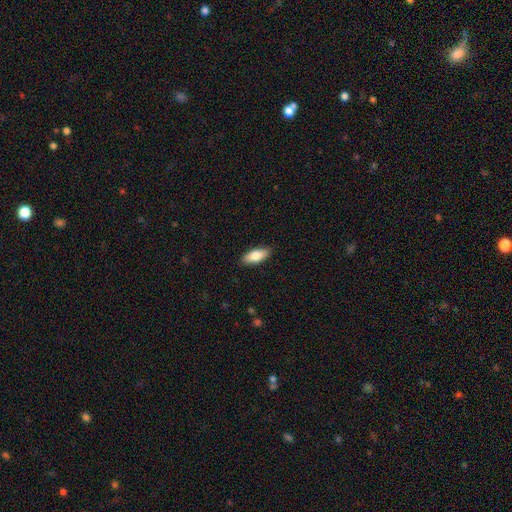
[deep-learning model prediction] This appears to be a smooth galaxy with no disk features (80%) that is in between round and cigar-shaped (82%). Merging: none (88%).